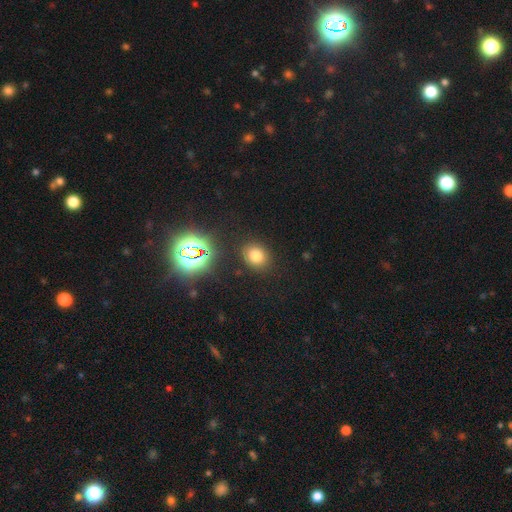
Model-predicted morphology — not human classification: Q: Smooth or featured?
A: smooth (74%); runner-up: star or artifact (19%)
Q: How rounded?
A: round (58%); runner-up: in between (41%)
Q: Merging?
A: none (86%); runner-up: minor disturbance (9%)